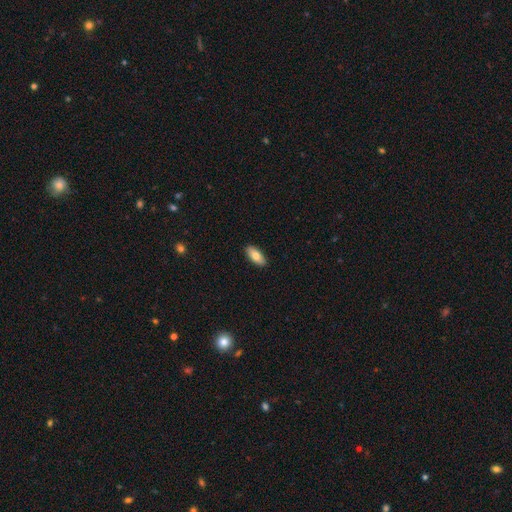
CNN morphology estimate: smooth_or_featured: smooth (p=0.76) [alt: featured or disk p=0.18]
how_rounded: in between (p=0.84) [alt: cigar-shaped p=0.14]
merging: none (p=0.91) [alt: minor disturbance p=0.07]